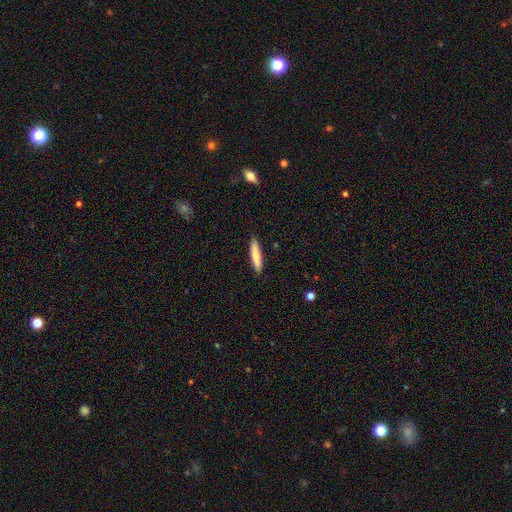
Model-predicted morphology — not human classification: smooth-or-featured: smooth: 78% | featured or disk: 16% | star or artifact: 6%
  how-rounded: cigar-shaped: 84% | in between: 15% | round: 1%
  merging: none: 90% | minor disturbance: 8% | major disturbance: 2% | merger: 1%